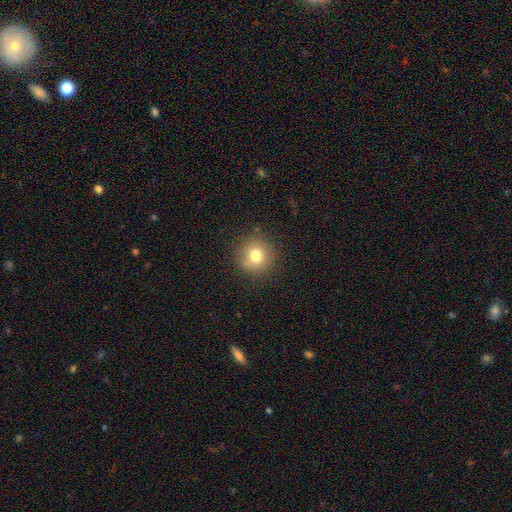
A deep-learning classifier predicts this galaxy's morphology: smooth 77%, star or artifact 12%, featured or disk 11%. Down the decision tree: how rounded — round (92%); merging — none (85%).